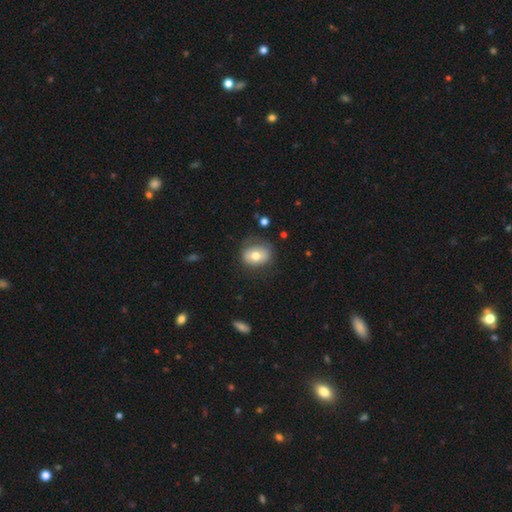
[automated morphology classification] Overall: smooth (65%; featured or disk 27%). How rounded: in between (50%; round 49%). Merging: none (69%).